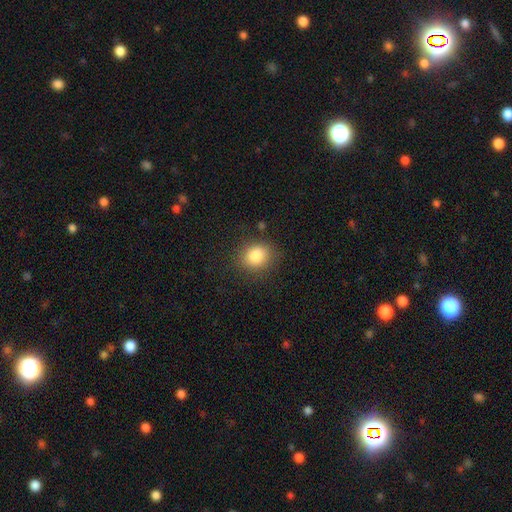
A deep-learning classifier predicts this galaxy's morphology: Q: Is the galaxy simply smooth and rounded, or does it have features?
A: smooth — 84%.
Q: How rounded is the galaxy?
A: round — 70%.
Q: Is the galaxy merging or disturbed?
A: none — 83%.